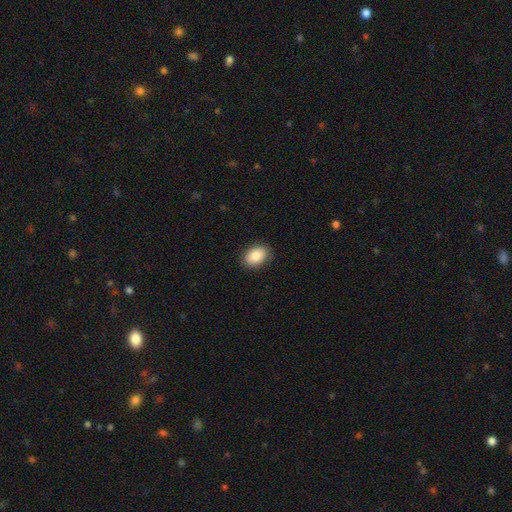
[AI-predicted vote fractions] This is clearly a smooth galaxy (88%). How rounded: clearly in between (83%). Merging: clearly none (88%).